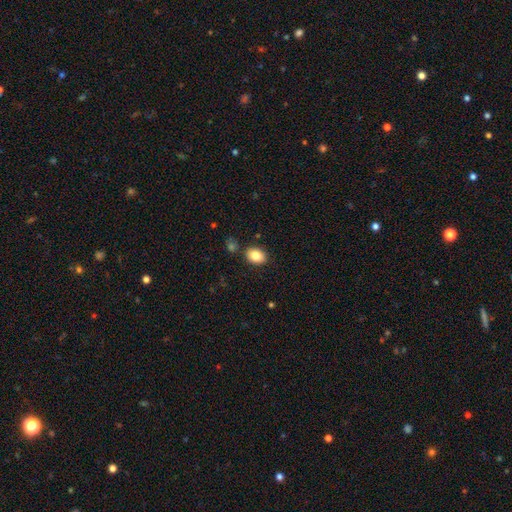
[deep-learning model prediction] Q: Smooth or featured?
A: smooth (83%); runner-up: star or artifact (8%)
Q: How rounded?
A: in between (67%); runner-up: round (32%)
Q: Merging?
A: none (84%); runner-up: minor disturbance (9%)